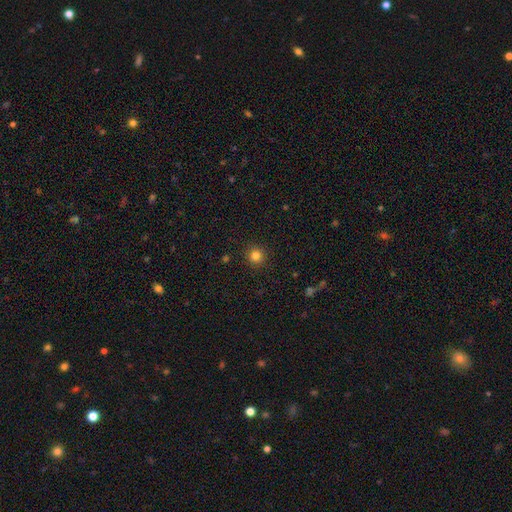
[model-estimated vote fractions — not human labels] Smooth or featured? Predicted: smooth (p=0.82). How rounded? Predicted: round (p=0.95). Merging? Predicted: none (p=0.92).